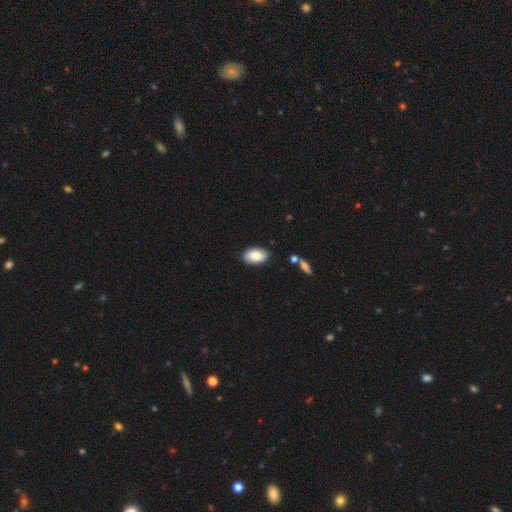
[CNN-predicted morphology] smooth-or-featured: smooth: 88% | star or artifact: 6% | featured or disk: 6%
  how-rounded: in between: 94% | round: 5% | cigar-shaped: 1%
  merging: none: 85% | minor disturbance: 11% | major disturbance: 2% | merger: 2%